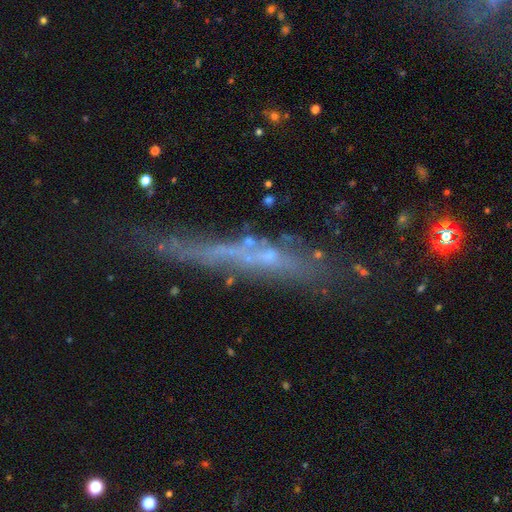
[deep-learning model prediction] smooth_or_featured: featured or disk (p=0.56) [alt: smooth p=0.27]
disk_edge_on: yes (p=0.72) [alt: no p=0.28]
merging: none (p=0.52) [alt: minor disturbance p=0.24]